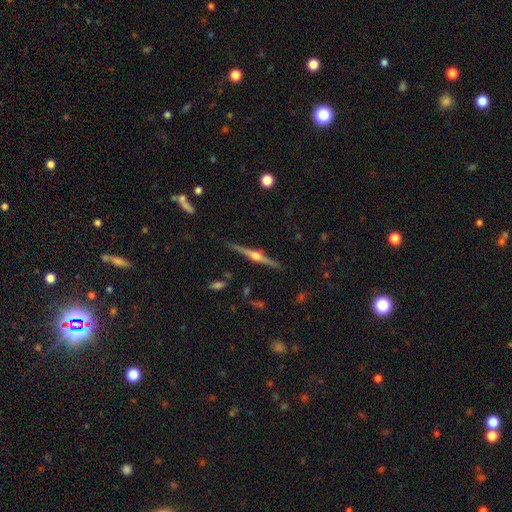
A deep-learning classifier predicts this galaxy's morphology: smooth-or-featured: featured or disk: 84% | smooth: 10% | star or artifact: 6%
  disk-edge-on: yes: 99% | no: 1%
    edge-on-bulge: rounded: 94% | boxy: 4% | none: 2%
  merging: none: 90% | minor disturbance: 7% | major disturbance: 1% | merger: 1%